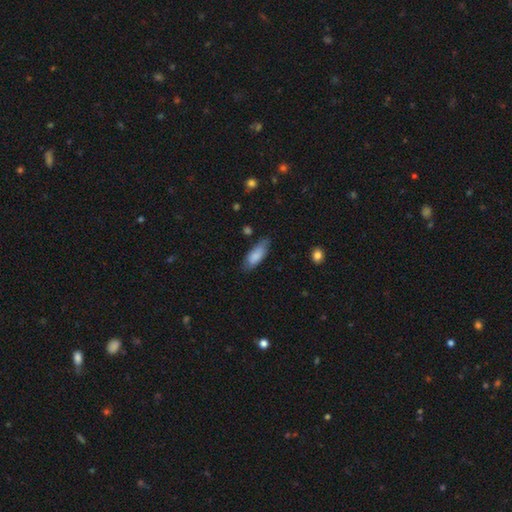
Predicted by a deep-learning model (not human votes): The model was most divided on "how rounded": in between: 71%, cigar-shaped: 27%, round: 2%. More confident: smooth or featured — smooth (80%); merging — none (72%).